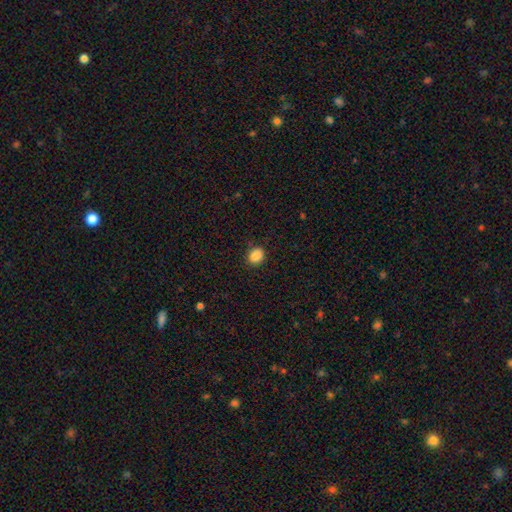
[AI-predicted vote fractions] smooth 87%, star or artifact 10%, featured or disk 3%. Down the decision tree: how rounded — round (54%); merging — none (84%).